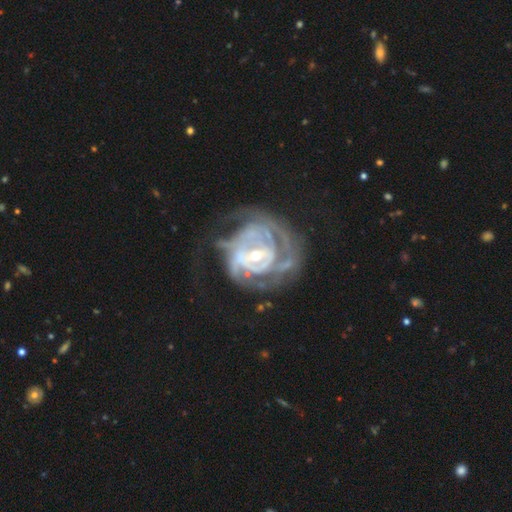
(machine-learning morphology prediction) This is clearly a featured or disk galaxy (87%). It is clearly not viewed edge-on (97%). Bar: marginally no (42%). Spiral arm pattern: clearly yes (89%). Spiral arm count: marginally can't tell (38%). Spiral winding: likely tight (63%). Central bulge: likely small (62%). Merging: marginally none (42%).